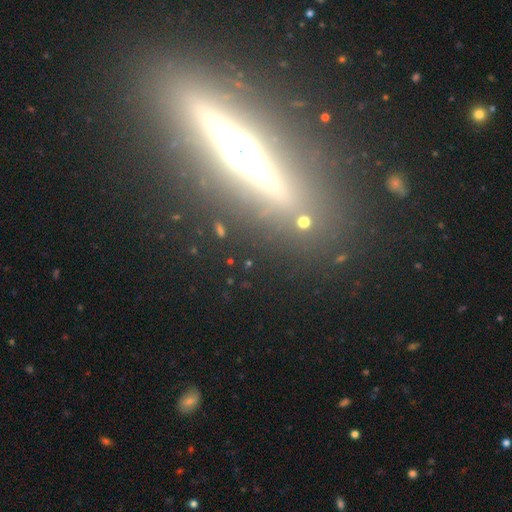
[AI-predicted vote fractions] Morphology: type=featured or disk (79%); edge-on=yes (95%); edge-on bulge=rounded (78%); merging=none (88%).